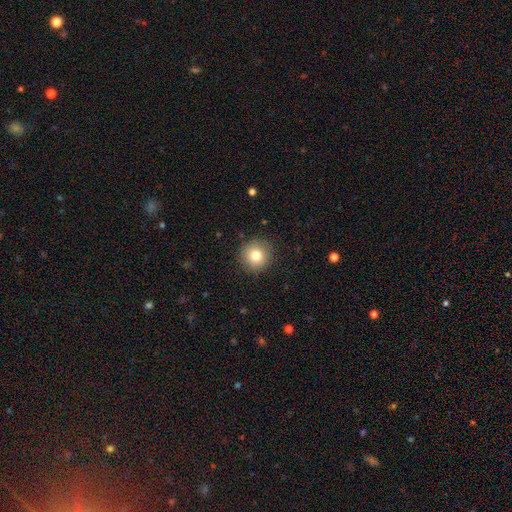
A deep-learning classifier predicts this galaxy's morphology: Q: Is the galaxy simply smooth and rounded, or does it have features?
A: smooth — 81%.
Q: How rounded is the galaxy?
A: round — 94%.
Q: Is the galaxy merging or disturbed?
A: none — 90%.